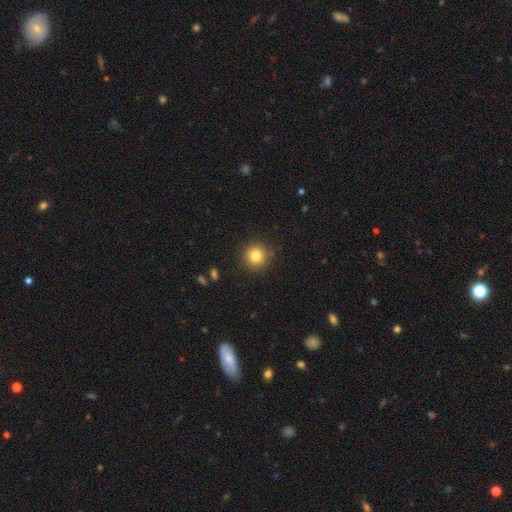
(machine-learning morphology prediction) A smooth galaxy with no disk features (82%) that is round (95%).

Vote fractions:
- Smooth or featured? smooth: 82% / star or artifact: 11% / featured or disk: 7%
- How rounded? round: 95% / in between: 5% / cigar-shaped: 1%
- Merging? none: 89% / minor disturbance: 7% / major disturbance: 2% / merger: 1%